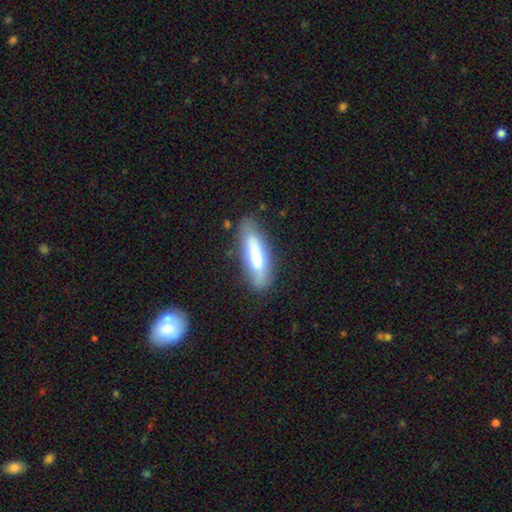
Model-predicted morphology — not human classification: This appears to be a smooth galaxy with no disk features (67%) that is cigar-shaped (55%). Merging: none (77%).